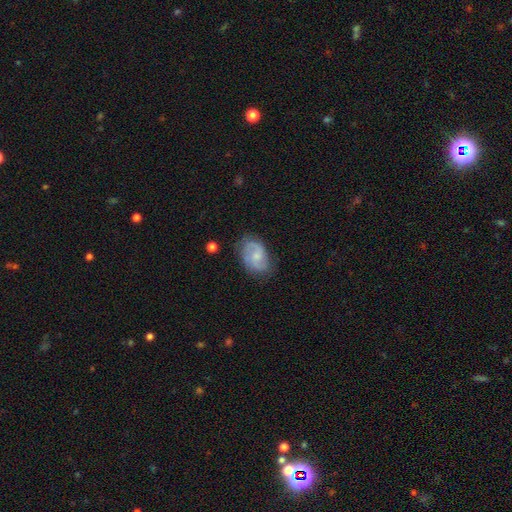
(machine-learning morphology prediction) Overall: featured or disk (65%; smooth 28%). Edge-on disk: no (97%). Bar: no (57%; weak 38%). Spiral arms: yes (91%). Spiral arm count: 2 (79%). Spiral winding: medium (48%; tight 27%). Bulge size: small (50%; moderate 36%). Merging: none (70%).